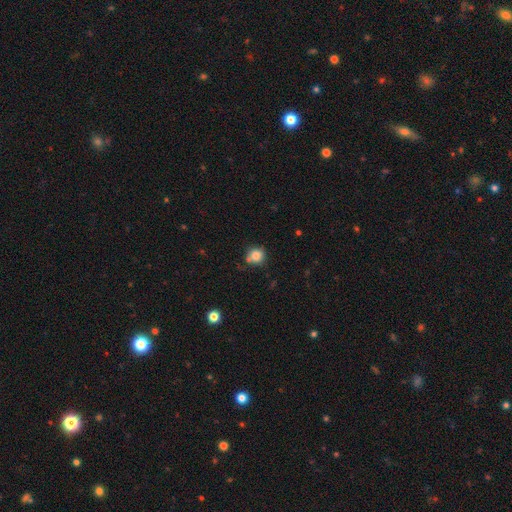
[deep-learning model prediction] Smooth or featured? smooth (82%)
How rounded? round (87%)
Merging? none (69%)